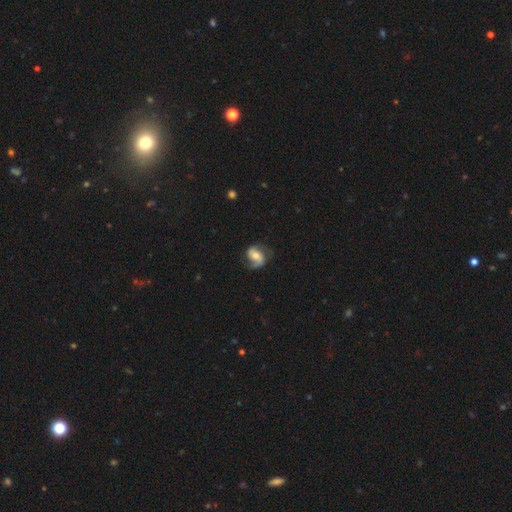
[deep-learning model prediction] A featured or disk galaxy (72%) with no bar (47%), 2 (79%) medium (43%) spiral arms (91%) and a moderate central bulge (61%). Merging: none (64%).